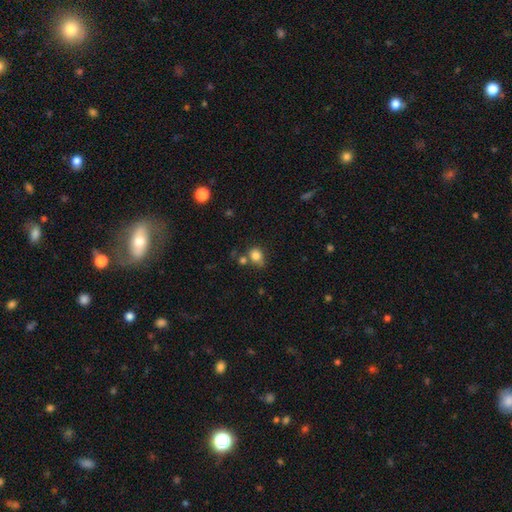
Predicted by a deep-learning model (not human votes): Smooth or featured?
  - smooth: 81% *
  - star or artifact: 12%
  - featured or disk: 8%
How rounded?
  - round: 61% *
  - in between: 38%
  - cigar-shaped: 1%
Merging?
  - none: 54% *
  - merger: 20%
  - minor disturbance: 20%
  - major disturbance: 7%